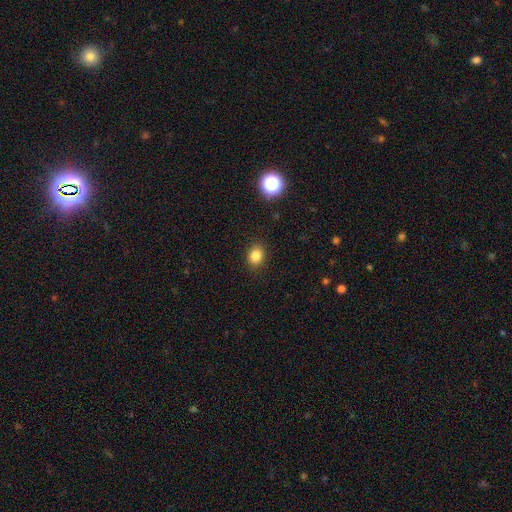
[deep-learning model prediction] The model was most divided on "how rounded": round: 57%, in between: 43%, cigar-shaped: 1%. More confident: merging — none (89%); smooth or featured — smooth (82%).